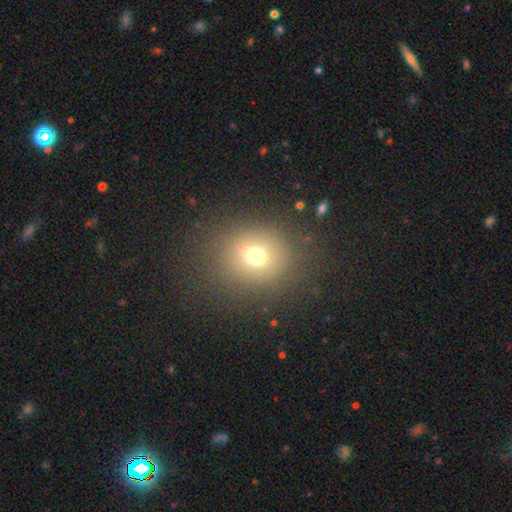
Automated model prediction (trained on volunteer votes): Smooth or featured: smooth — 66% (star or artifact — 19%)
How rounded: round — 73% (in between — 26%)
Merging: none — 79% (minor disturbance — 12%)